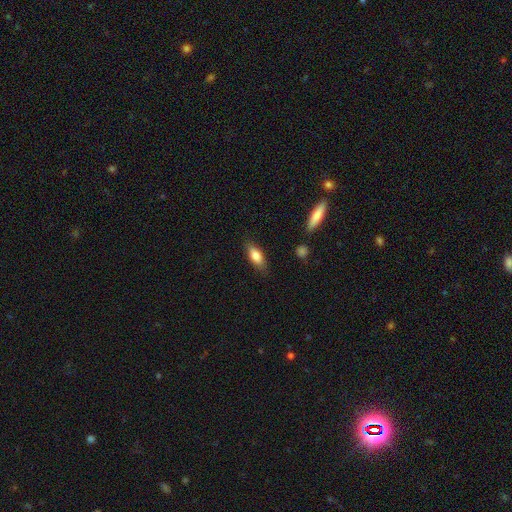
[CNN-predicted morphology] smooth_or_featured: smooth (p=0.77) [alt: featured or disk p=0.16]
how_rounded: in between (p=0.72) [alt: cigar-shaped p=0.25]
merging: none (p=0.82) [alt: minor disturbance p=0.13]